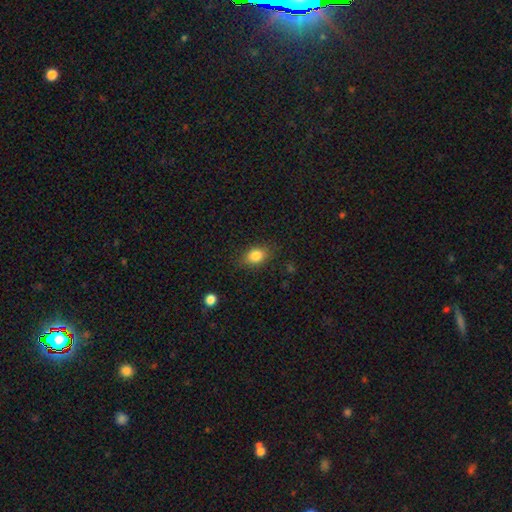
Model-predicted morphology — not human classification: A smooth galaxy with no disk features (83%) that is in between round and cigar-shaped (75%). Merging: none (81%).